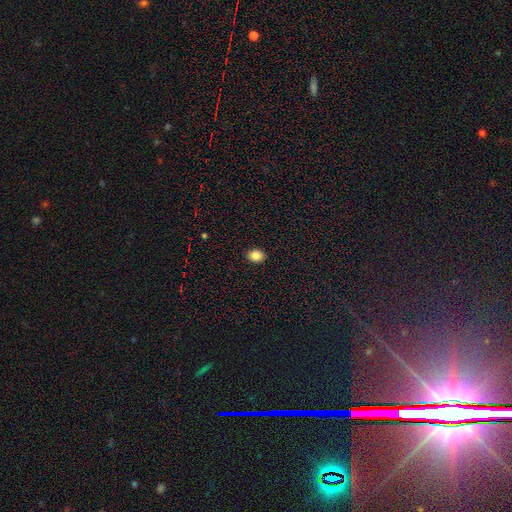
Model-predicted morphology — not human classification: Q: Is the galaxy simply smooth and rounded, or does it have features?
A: smooth — 84%.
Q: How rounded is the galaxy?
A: in between — 62%.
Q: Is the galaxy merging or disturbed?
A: none — 91%.